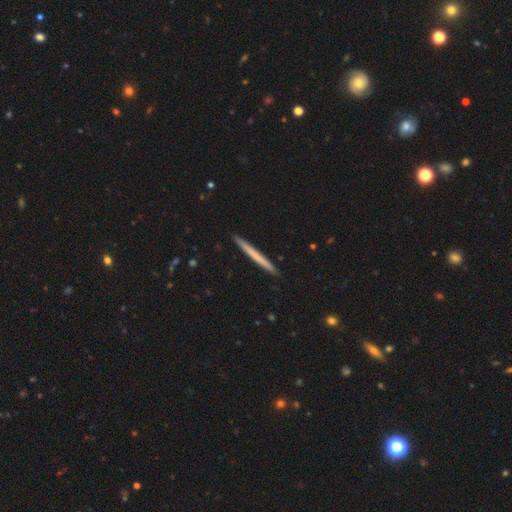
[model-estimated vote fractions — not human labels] Smooth or featured: smooth — 58% (featured or disk — 37%)
How rounded: cigar-shaped — 97% (in between — 1%)
Merging: none — 93% (minor disturbance — 5%)